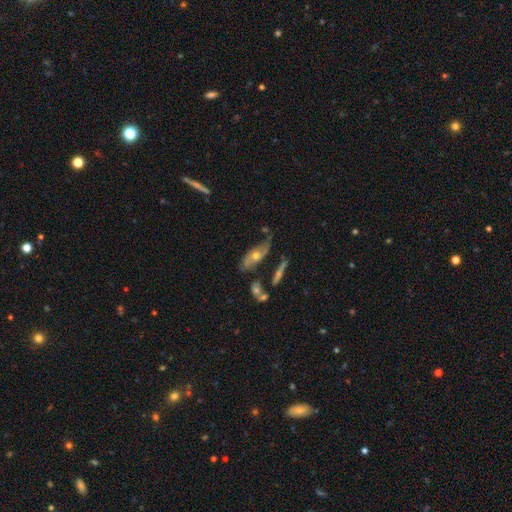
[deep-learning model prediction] A featured or disk galaxy (58%). Merging: none (52%).